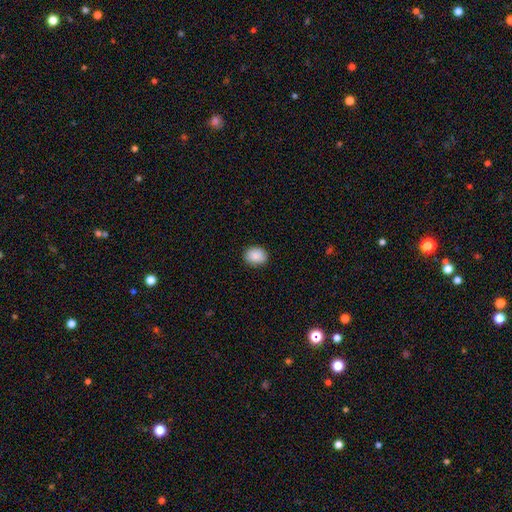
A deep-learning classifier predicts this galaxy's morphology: Smooth or featured?
  - smooth: 88% *
  - star or artifact: 7%
  - featured or disk: 5%
How rounded?
  - in between: 51% *
  - round: 48%
  - cigar-shaped: 1%
Merging?
  - none: 85% *
  - minor disturbance: 12%
  - major disturbance: 2%
  - merger: 1%